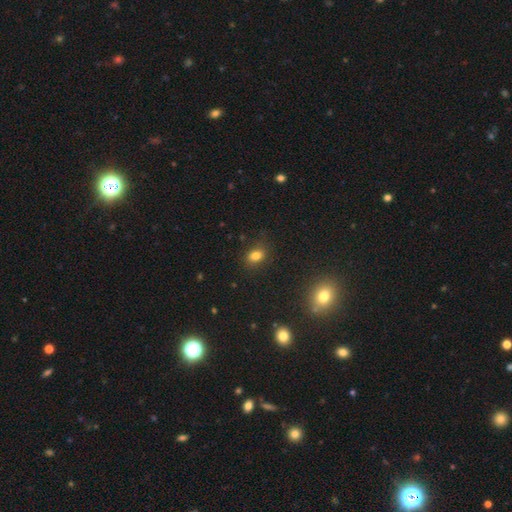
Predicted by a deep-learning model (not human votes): Overall: smooth (80%). How rounded: in between (67%; round 31%). Merging: none (80%).